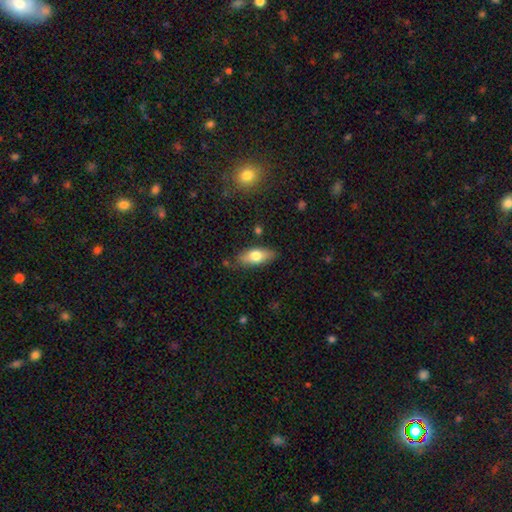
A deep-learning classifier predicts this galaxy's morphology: A smooth galaxy with no disk features (70%) that is in between round and cigar-shaped (78%). Merging: none (81%).